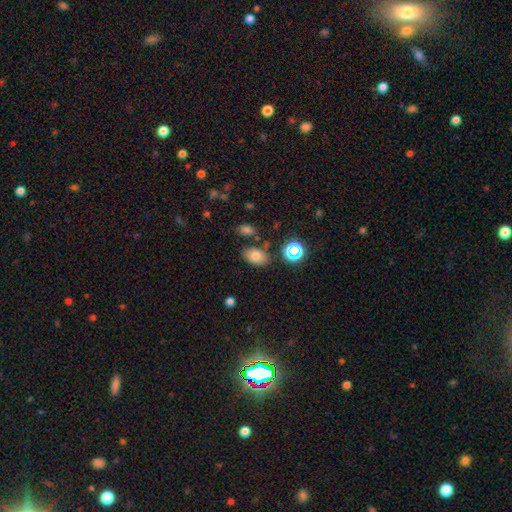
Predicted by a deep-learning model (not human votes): Q: Smooth or featured?
A: smooth (75%); runner-up: star or artifact (14%)
Q: How rounded?
A: in between (86%); runner-up: round (13%)
Q: Merging?
A: none (77%); runner-up: minor disturbance (13%)